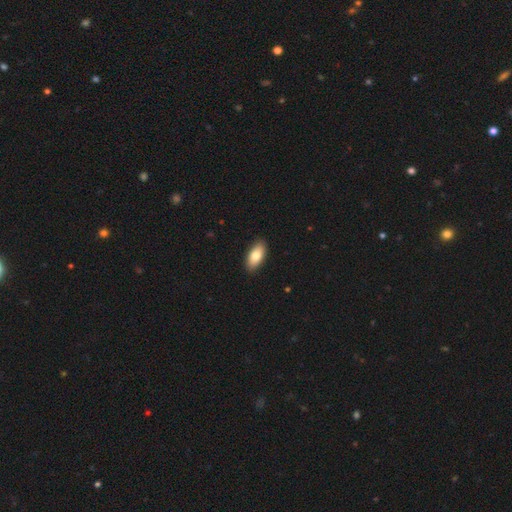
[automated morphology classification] Smooth or featured: smooth — 80% (featured or disk — 14%)
How rounded: in between — 89% (cigar-shaped — 9%)
Merging: none — 90% (minor disturbance — 8%)